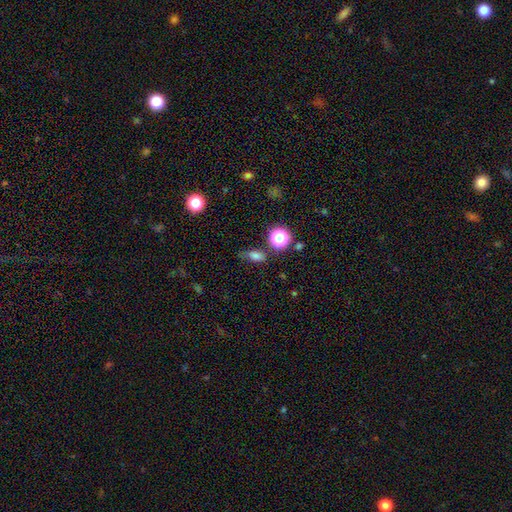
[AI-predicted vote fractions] Smooth or featured: smooth — 75% (star or artifact — 17%)
How rounded: in between — 71% (round — 23%)
Merging: none — 63% (minor disturbance — 24%)